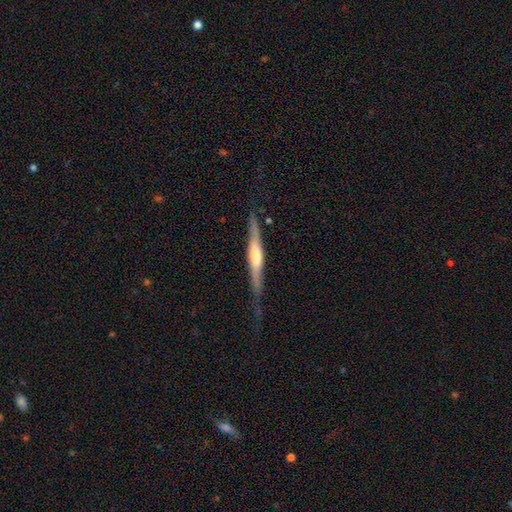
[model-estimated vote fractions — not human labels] This appears to be a featured or disk galaxy (63%) viewed edge-on (95%) with a rounded central bulge (58%). Merging: none (73%).